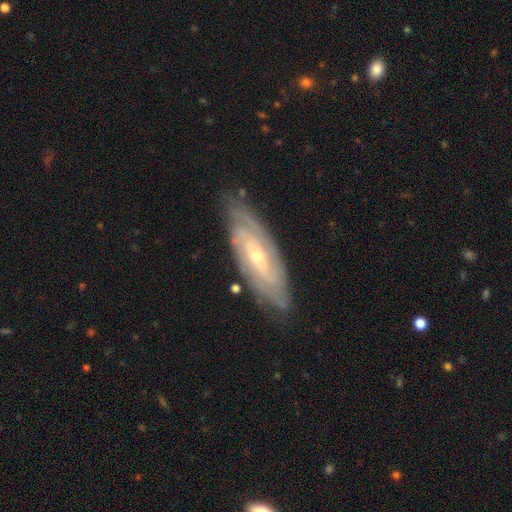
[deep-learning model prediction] featured or disk 83%, smooth 11%, star or artifact 6%. Down the decision tree: edge-on disk — no (85%); bar — no (48%); spiral arms — yes (95%); spiral arm count — can't tell (40%); spiral winding — tight (72%); bulge size — small (59%); merging — none (81%).